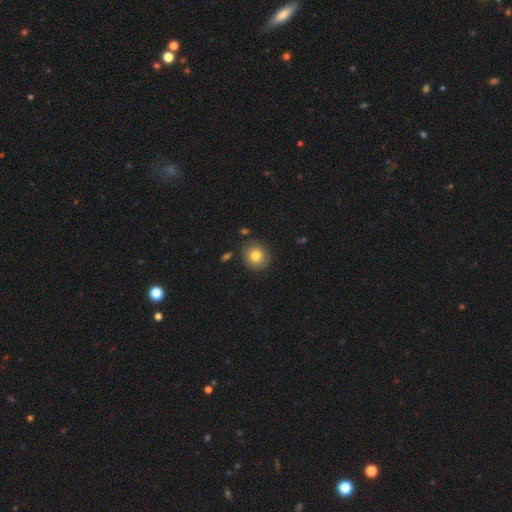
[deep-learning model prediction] smooth_or_featured: smooth (p=0.81) [alt: featured or disk p=0.10]
how_rounded: round (p=0.82) [alt: in between p=0.17]
merging: none (p=0.83) [alt: minor disturbance p=0.11]